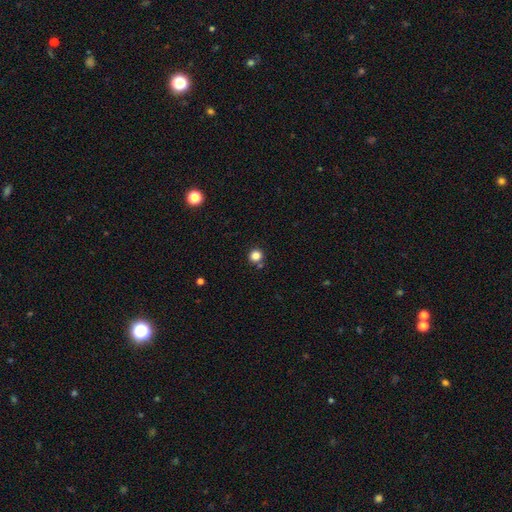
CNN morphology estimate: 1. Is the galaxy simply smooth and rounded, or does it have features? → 83% smooth, 13% star or artifact, 4% featured or disk.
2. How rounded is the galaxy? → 91% round, 8% in between, 1% cigar-shaped.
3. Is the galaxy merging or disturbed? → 81% none, 9% merger, 8% minor disturbance, 3% major disturbance.